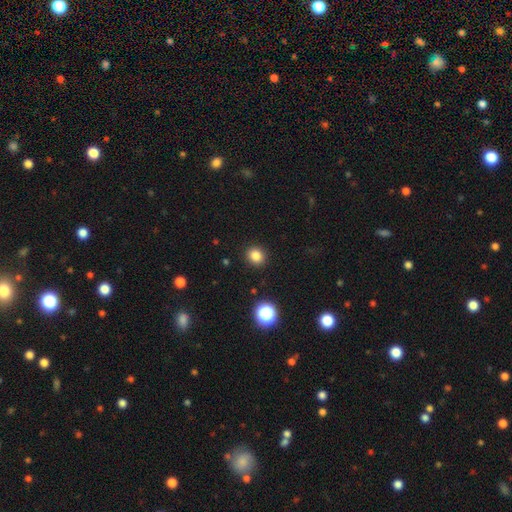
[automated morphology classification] A smooth galaxy with no disk features (83%) that is round (81%). Merging: none (91%).